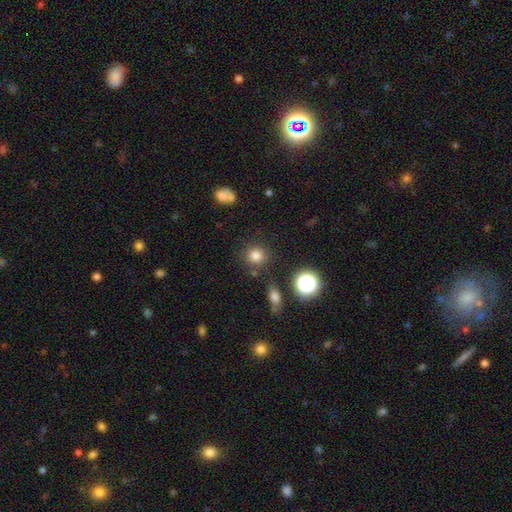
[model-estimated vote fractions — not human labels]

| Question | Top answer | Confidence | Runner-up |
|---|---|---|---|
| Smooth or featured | smooth | 79% | star or artifact (15%) |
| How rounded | round | 91% | in between (8%) |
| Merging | none | 83% | minor disturbance (8%) |